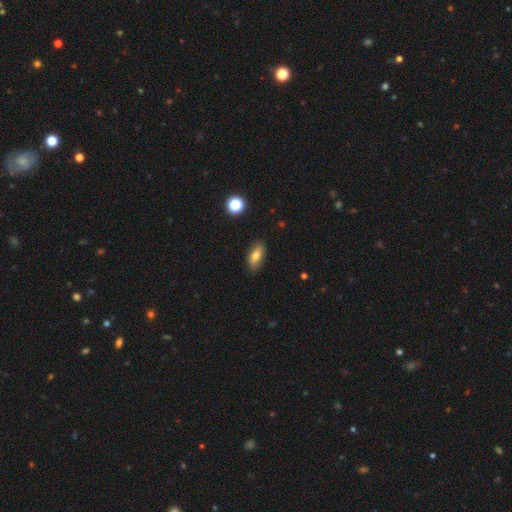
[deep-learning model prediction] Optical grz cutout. It shows a smooth galaxy with no disk features (75%) that is in between round and cigar-shaped (83%). Merging: none (86%).